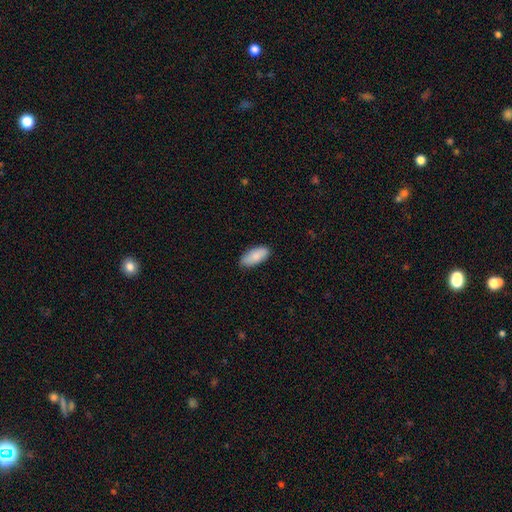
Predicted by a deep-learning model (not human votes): Smooth or featured: smooth — 87% (featured or disk — 7%)
How rounded: in between — 89% (cigar-shaped — 9%)
Merging: none — 84% (minor disturbance — 13%)